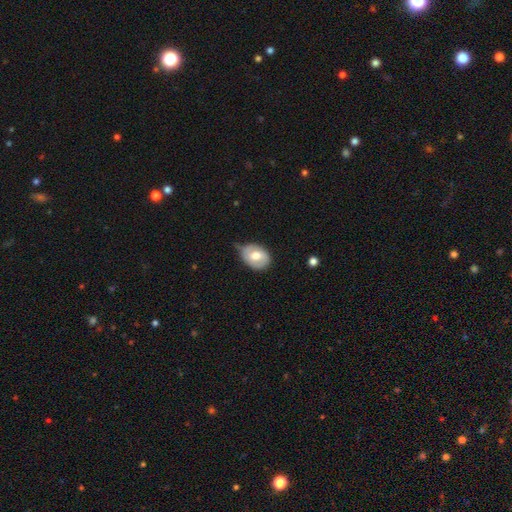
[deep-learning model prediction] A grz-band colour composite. It shows a smooth galaxy with no disk features (59%) that is in between round and cigar-shaped (70%). Merging: none (51%).